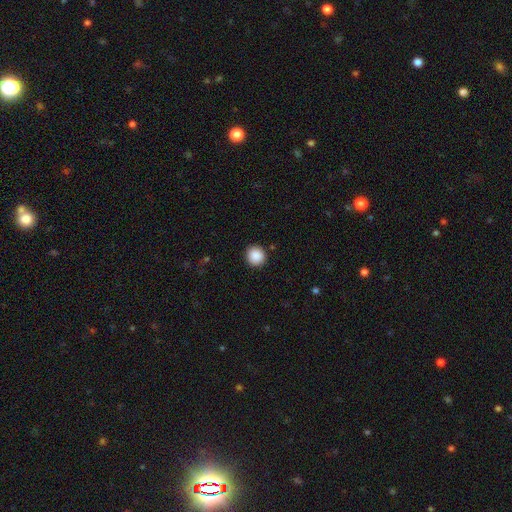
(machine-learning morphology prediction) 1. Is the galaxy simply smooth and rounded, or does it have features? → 89% smooth, 9% star or artifact, 3% featured or disk.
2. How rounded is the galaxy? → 91% round, 9% in between, 1% cigar-shaped.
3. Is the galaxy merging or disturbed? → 91% none, 6% minor disturbance, 2% major disturbance, 1% merger.